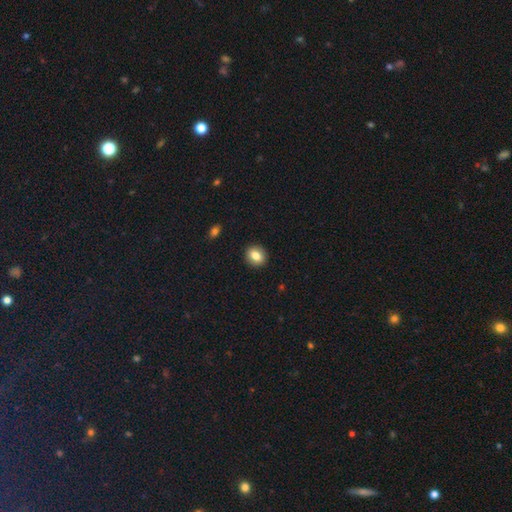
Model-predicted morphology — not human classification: A smooth galaxy with no disk features (82%) that is round (68%). Merging: none (91%).